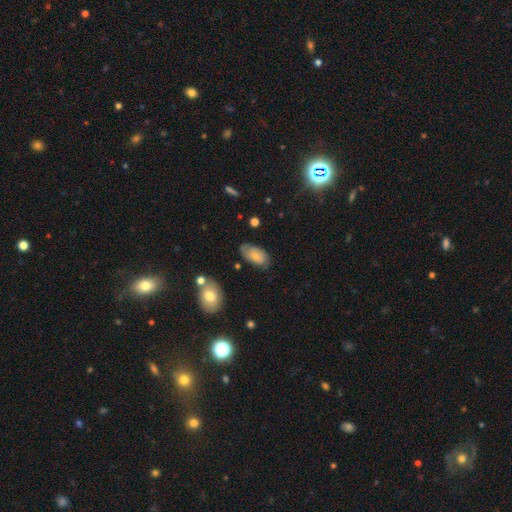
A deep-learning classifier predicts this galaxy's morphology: Smooth or featured? Predicted: smooth (p=0.66). How rounded? Predicted: in between (p=0.93). Merging? Predicted: none (p=0.65).